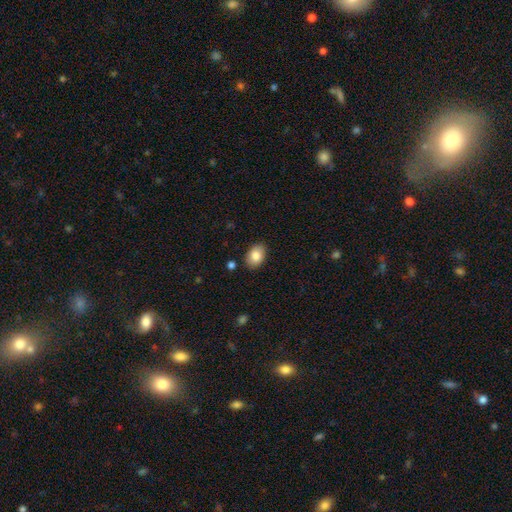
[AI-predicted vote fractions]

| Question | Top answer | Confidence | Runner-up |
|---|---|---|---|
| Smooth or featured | smooth | 85% | star or artifact (8%) |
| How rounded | in between | 81% | round (18%) |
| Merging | none | 87% | minor disturbance (9%) |